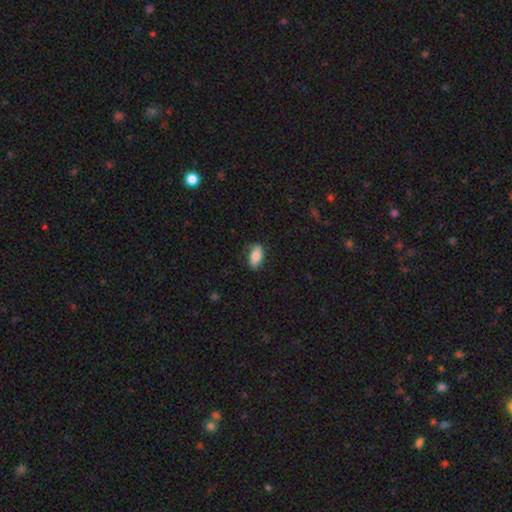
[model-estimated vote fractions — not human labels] This is likely a smooth galaxy (79%). How rounded: clearly in between (89%). Merging: likely none (79%).